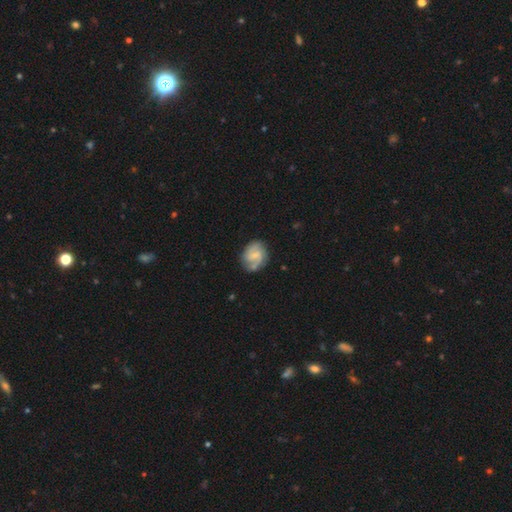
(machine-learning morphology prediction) Smooth or featured? Predicted: featured or disk (p=0.69). Edge-on disk? Predicted: no (p=0.98). Bar? Predicted: weak (p=0.52). Spiral arms? Predicted: yes (p=0.92). Spiral winding? Predicted: medium (p=0.47). Spiral arm count? Predicted: 2 (p=0.71). Bulge size? Predicted: small (p=0.46). Merging? Predicted: none (p=0.73).